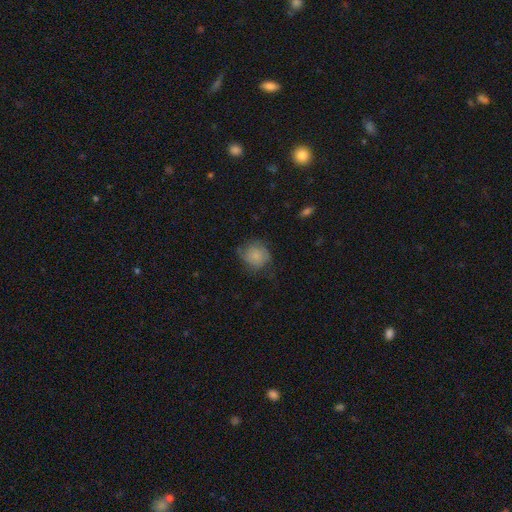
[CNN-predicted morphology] A smooth galaxy with no disk features (73%) that is round (80%).

Vote fractions:
- Smooth or featured? smooth: 73% / featured or disk: 18% / star or artifact: 8%
- How rounded? round: 80% / in between: 19% / cigar-shaped: 1%
- Merging? none: 54% / minor disturbance: 30% / major disturbance: 14% / merger: 1%